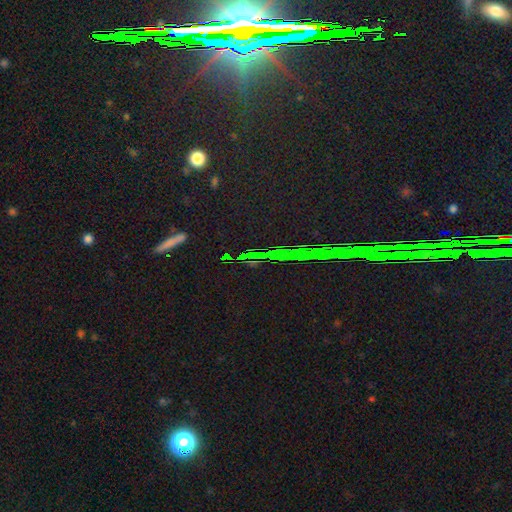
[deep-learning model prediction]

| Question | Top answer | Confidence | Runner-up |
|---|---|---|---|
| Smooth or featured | star or artifact | 81% | featured or disk (10%) |